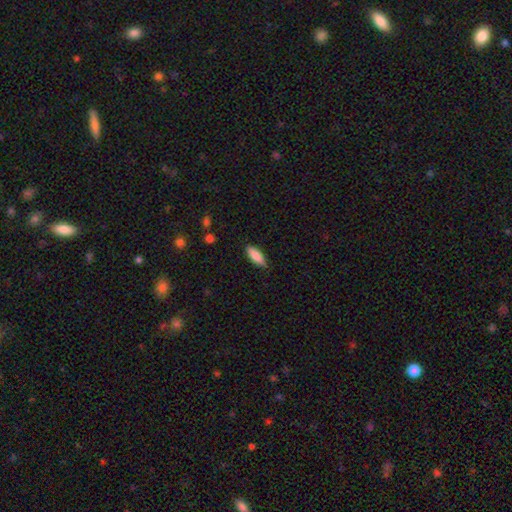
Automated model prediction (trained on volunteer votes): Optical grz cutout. It shows a smooth galaxy with no disk features (84%) that is in between round and cigar-shaped (62%). Merging: none (85%).